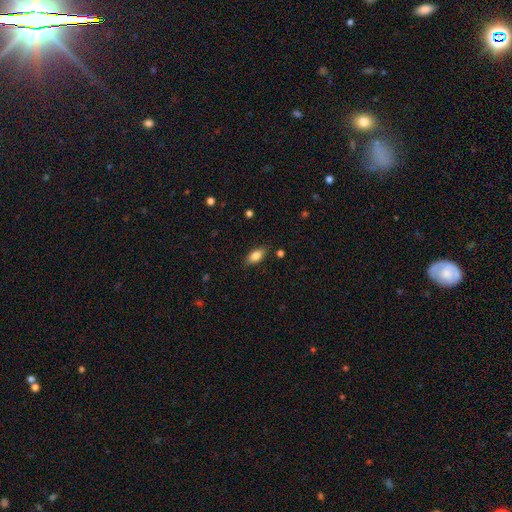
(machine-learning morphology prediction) Smooth or featured? Predicted: smooth (p=0.81). How rounded? Predicted: in between (p=0.86). Merging? Predicted: none (p=0.84).